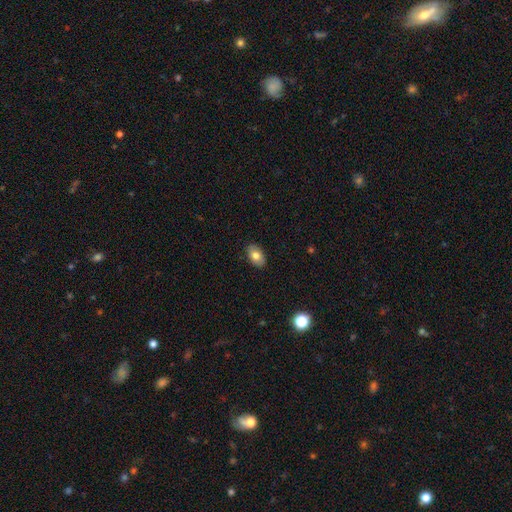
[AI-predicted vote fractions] smooth 77%, featured or disk 16%, star or artifact 7%. Down the decision tree: how rounded — in between (91%); merging — none (88%).